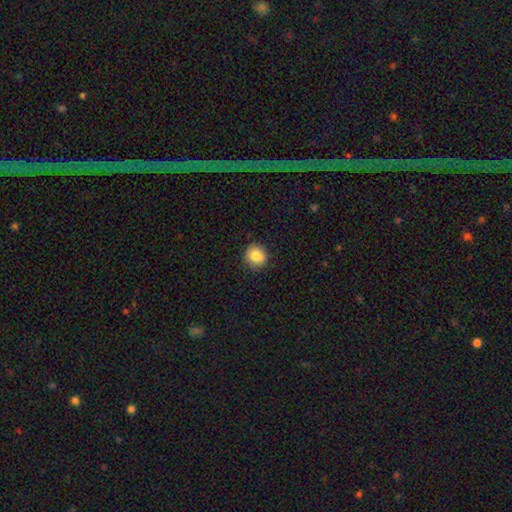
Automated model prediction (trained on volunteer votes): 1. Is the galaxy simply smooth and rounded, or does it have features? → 83% smooth, 10% star or artifact, 7% featured or disk.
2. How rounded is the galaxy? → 88% round, 11% in between, 1% cigar-shaped.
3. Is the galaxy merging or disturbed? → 85% none, 12% minor disturbance, 2% major disturbance, 1% merger.